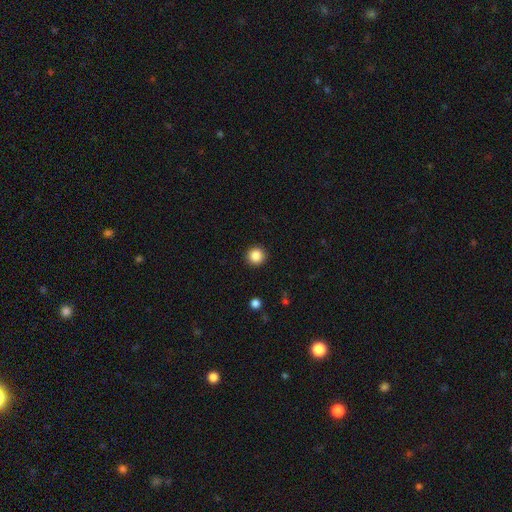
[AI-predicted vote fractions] This is clearly a smooth galaxy (86%). How rounded: clearly round (94%). Merging: clearly none (92%).